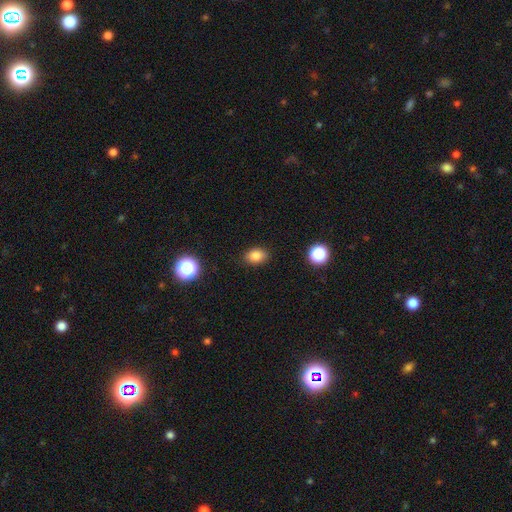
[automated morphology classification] This appears to be a smooth galaxy with no disk features (83%) that is in between round and cigar-shaped (74%). Merging: none (86%).